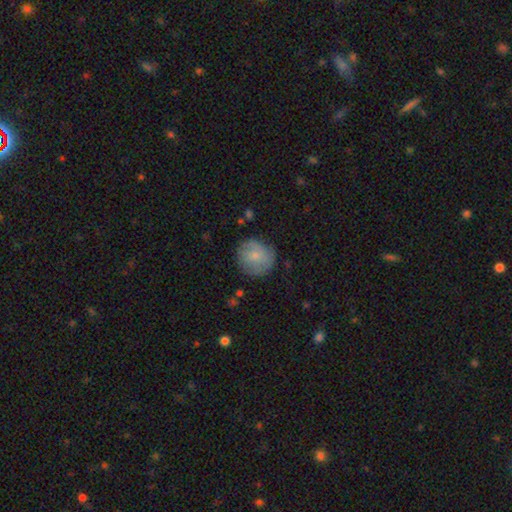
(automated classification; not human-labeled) Smooth or featured?
  - smooth: 71% *
  - featured or disk: 22%
  - star or artifact: 7%
How rounded?
  - round: 91% *
  - in between: 8%
  - cigar-shaped: 1%
Merging?
  - none: 75% *
  - minor disturbance: 18%
  - major disturbance: 6%
  - merger: 2%